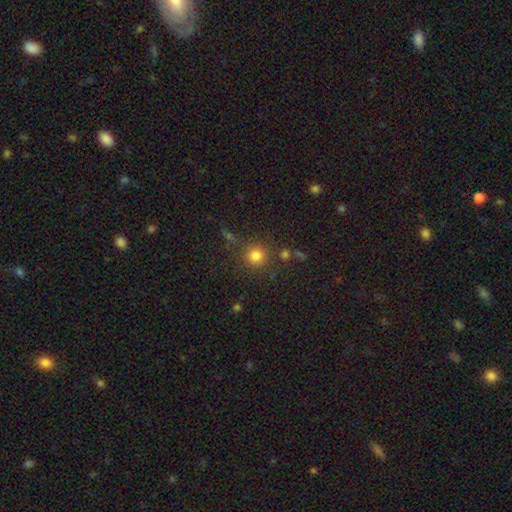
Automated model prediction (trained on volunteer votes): Q: Smooth or featured?
A: smooth (80%); runner-up: star or artifact (14%)
Q: How rounded?
A: round (93%); runner-up: in between (6%)
Q: Merging?
A: none (81%); runner-up: minor disturbance (9%)